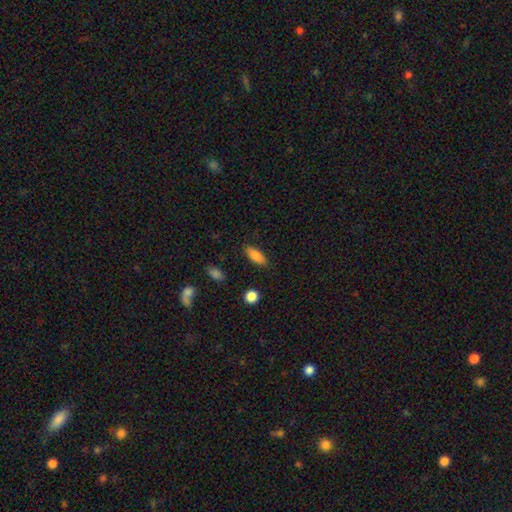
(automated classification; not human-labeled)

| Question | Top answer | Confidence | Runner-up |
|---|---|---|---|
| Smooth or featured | smooth | 83% | featured or disk (10%) |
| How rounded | in between | 73% | cigar-shaped (24%) |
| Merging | none | 86% | minor disturbance (10%) |